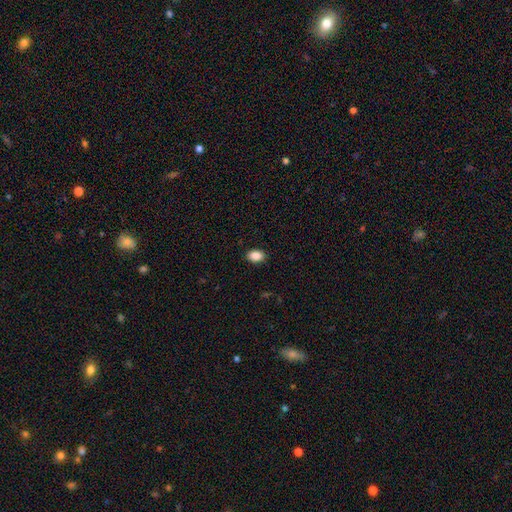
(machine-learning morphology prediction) A smooth galaxy with no disk features (89%) that is in between round and cigar-shaped (81%).

Vote fractions:
- Smooth or featured? smooth: 89% / star or artifact: 8% / featured or disk: 3%
- How rounded? in between: 81% / round: 17% / cigar-shaped: 1%
- Merging? none: 89% / minor disturbance: 8% / major disturbance: 2% / merger: 1%